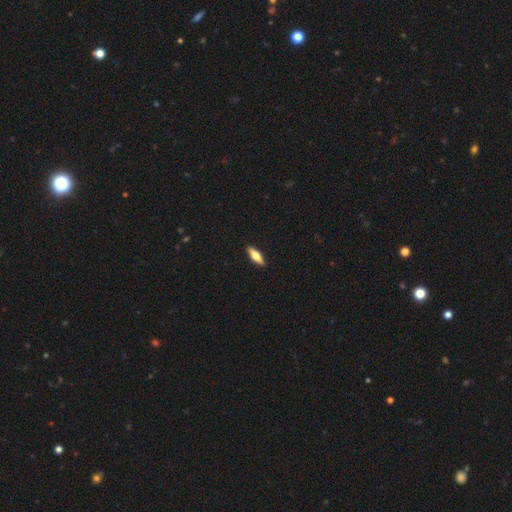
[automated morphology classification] smooth_or_featured: smooth (p=0.65) [alt: featured or disk p=0.30]
how_rounded: in between (p=0.49) [alt: cigar-shaped p=0.48]
merging: none (p=0.90) [alt: minor disturbance p=0.07]